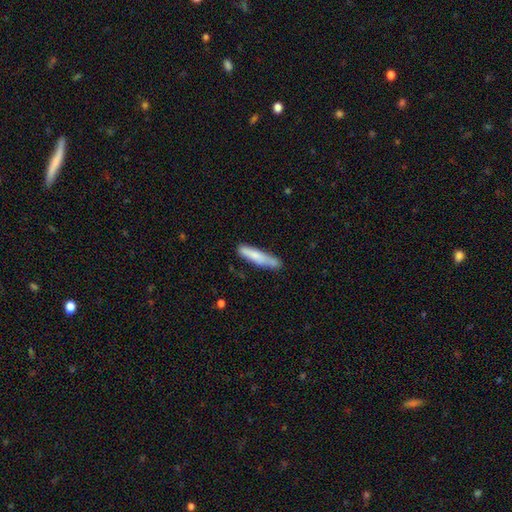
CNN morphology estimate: Q: Smooth or featured?
A: smooth (75%); runner-up: featured or disk (19%)
Q: How rounded?
A: cigar-shaped (88%); runner-up: in between (11%)
Q: Merging?
A: none (73%); runner-up: minor disturbance (20%)